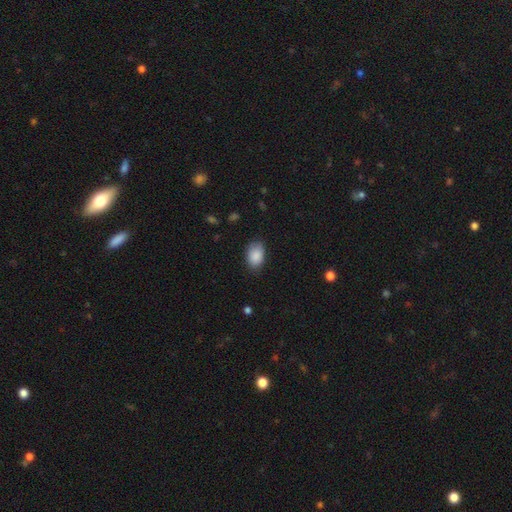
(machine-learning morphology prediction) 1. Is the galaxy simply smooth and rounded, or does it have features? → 88% smooth, 7% star or artifact, 5% featured or disk.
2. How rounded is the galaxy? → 87% in between, 12% round, 1% cigar-shaped.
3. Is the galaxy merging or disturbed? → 74% none, 21% minor disturbance, 4% major disturbance, 1% merger.